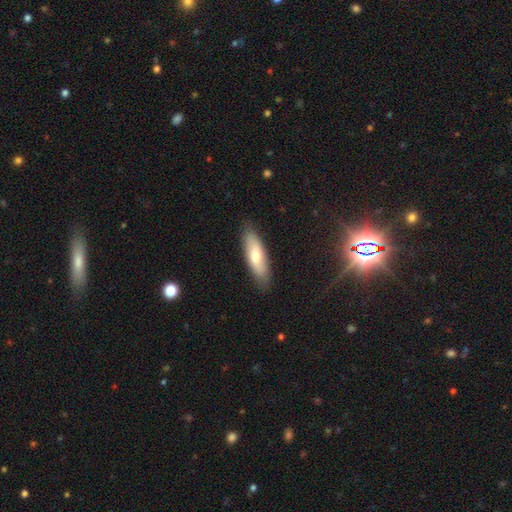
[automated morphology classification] type=smooth (66%); roundness=in between (56%); merging=none (84%).